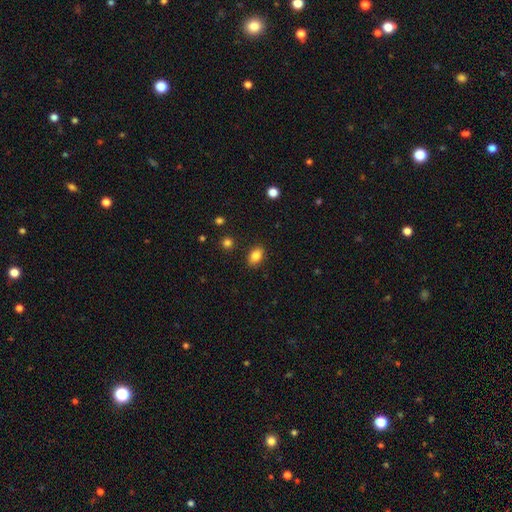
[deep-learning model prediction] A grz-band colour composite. It shows a smooth galaxy with no disk features (85%) that is in between round and cigar-shaped (85%). Merging: none (88%).